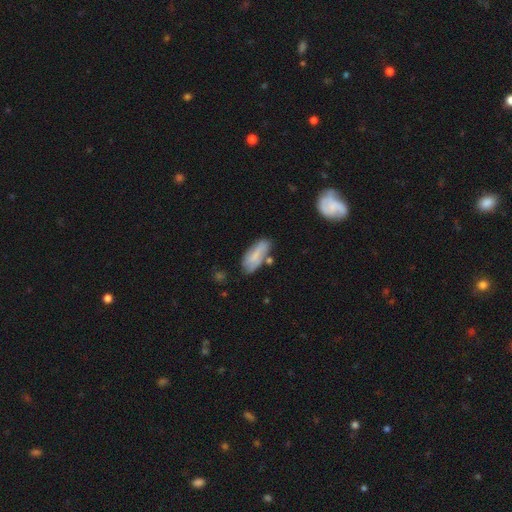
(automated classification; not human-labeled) This is likely a smooth galaxy (61%). How rounded: likely in between (76%). Merging: likely none (61%).